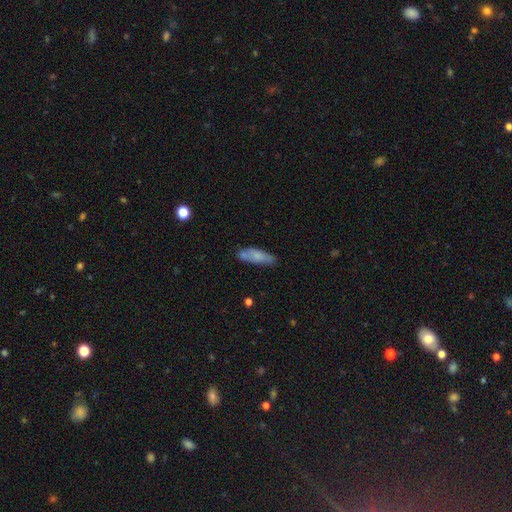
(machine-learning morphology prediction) A smooth galaxy with no disk features (70%) that is in between round and cigar-shaped (54%). Merging: none (63%).